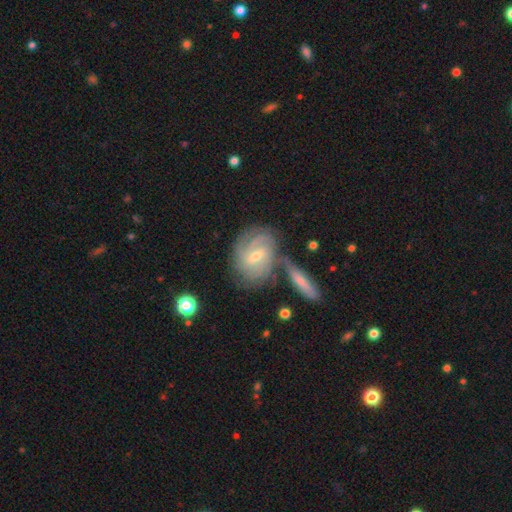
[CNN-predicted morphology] Overall: featured or disk (83%). Edge-on disk: no (95%). Bar: weak (55%; strong 24%). Spiral arms: yes (95%). Spiral arm count: can't tell (30%; 3 26%). Spiral winding: tight (64%; medium 30%). Bulge size: small (53%; moderate 44%). Merging: none (64%).